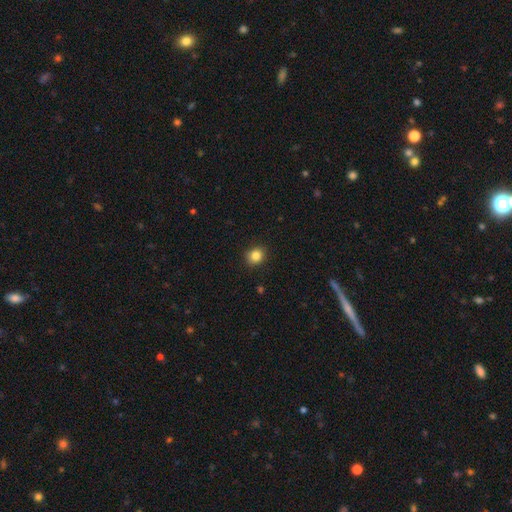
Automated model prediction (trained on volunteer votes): Q: Smooth or featured?
A: smooth (84%); runner-up: star or artifact (11%)
Q: How rounded?
A: round (82%); runner-up: in between (17%)
Q: Merging?
A: none (90%); runner-up: minor disturbance (7%)